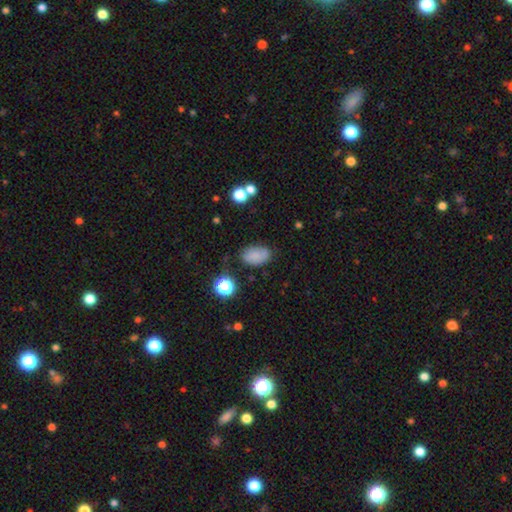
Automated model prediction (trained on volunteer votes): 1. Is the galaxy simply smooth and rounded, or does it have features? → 80% smooth, 11% star or artifact, 9% featured or disk.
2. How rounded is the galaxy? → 89% in between, 10% round, 1% cigar-shaped.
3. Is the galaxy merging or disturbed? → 73% none, 19% minor disturbance, 5% major disturbance, 3% merger.